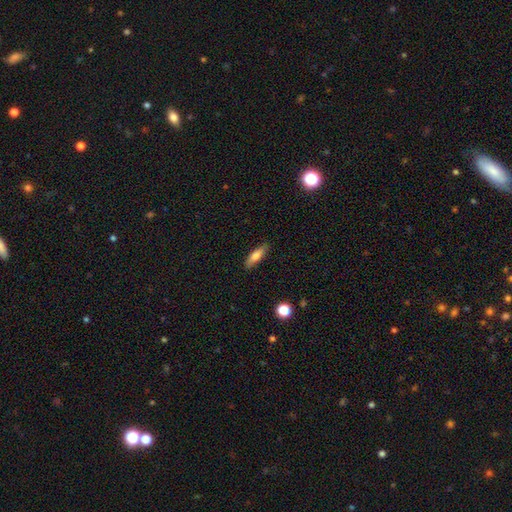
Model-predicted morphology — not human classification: Smooth or featured?
  - smooth: 72% *
  - featured or disk: 21%
  - star or artifact: 7%
How rounded?
  - cigar-shaped: 56% *
  - in between: 42%
  - round: 2%
Merging?
  - none: 86% *
  - minor disturbance: 11%
  - major disturbance: 2%
  - merger: 1%